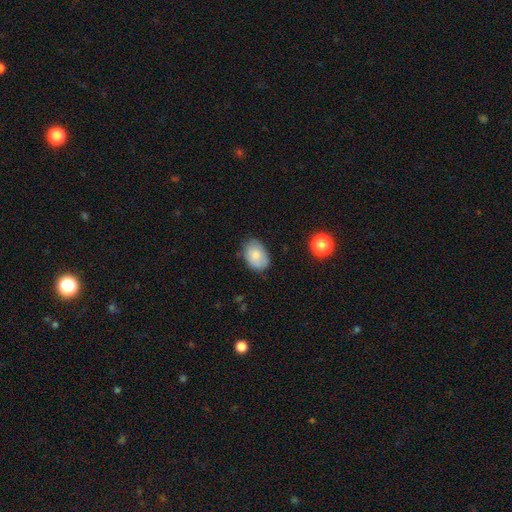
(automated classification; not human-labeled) This is likely a smooth galaxy (79%). How rounded: clearly in between (82%). Merging: likely none (75%).